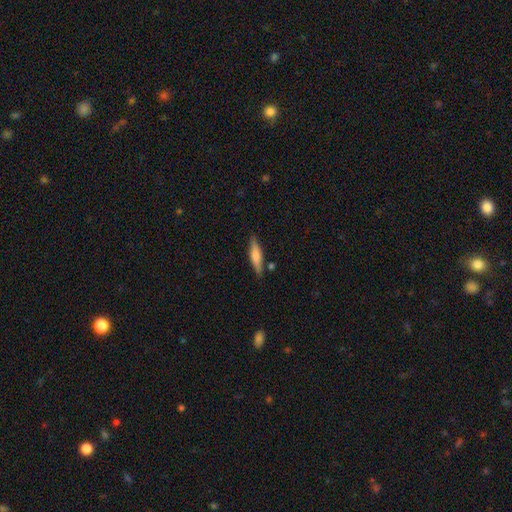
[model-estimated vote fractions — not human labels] The model was most divided on "smooth or featured": smooth: 59%, featured or disk: 35%, star or artifact: 6%. More confident: merging — none (83%); how rounded — cigar-shaped (77%).